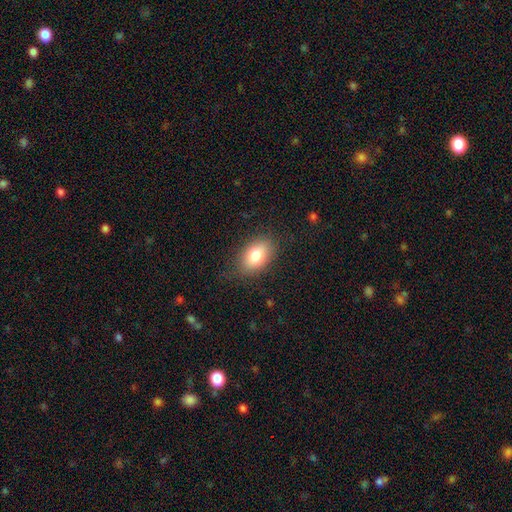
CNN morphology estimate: Q: Smooth or featured?
A: smooth (79%); runner-up: featured or disk (12%)
Q: How rounded?
A: in between (86%); runner-up: round (12%)
Q: Merging?
A: none (81%); runner-up: minor disturbance (13%)